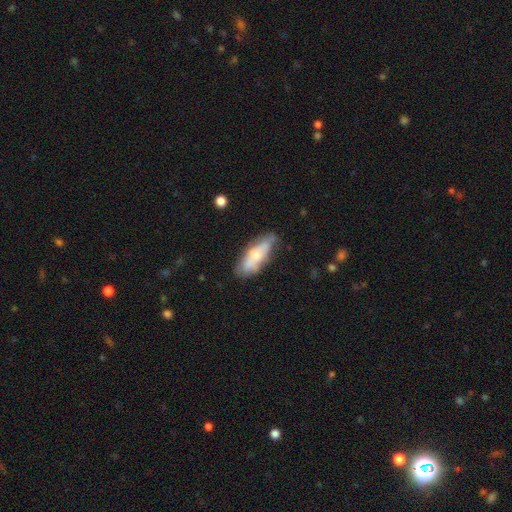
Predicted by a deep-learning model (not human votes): Morphology: type=smooth (53%); roundness=in between (68%); merging=none (61%).